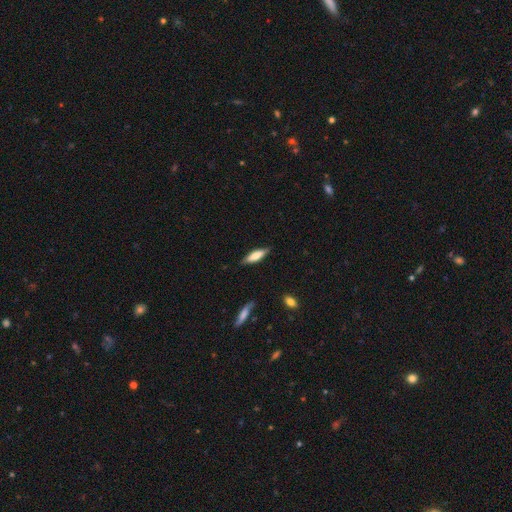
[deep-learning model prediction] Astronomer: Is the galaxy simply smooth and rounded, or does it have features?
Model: smooth — 65%.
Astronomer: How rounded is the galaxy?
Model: cigar-shaped — 60% (runner-up: in between, 38%).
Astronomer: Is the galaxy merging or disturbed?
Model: none — 84%.